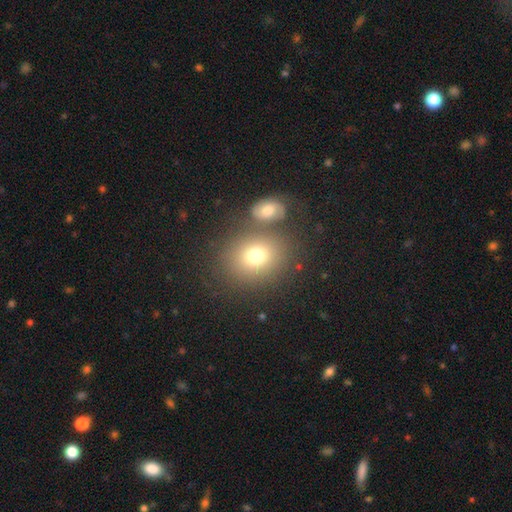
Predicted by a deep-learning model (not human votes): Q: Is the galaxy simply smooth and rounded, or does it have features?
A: smooth — 75%.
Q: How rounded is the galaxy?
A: round — 61%.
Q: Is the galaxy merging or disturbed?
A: none — 70%.